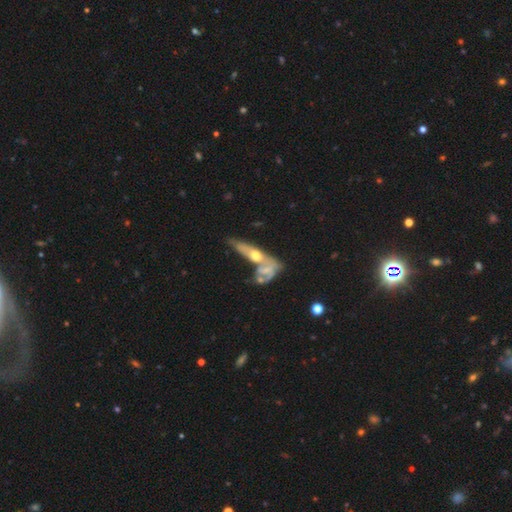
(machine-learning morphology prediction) This appears to be a featured or disk galaxy (61%) viewed edge-on (50%, tied with no). Merging: merger (54%).